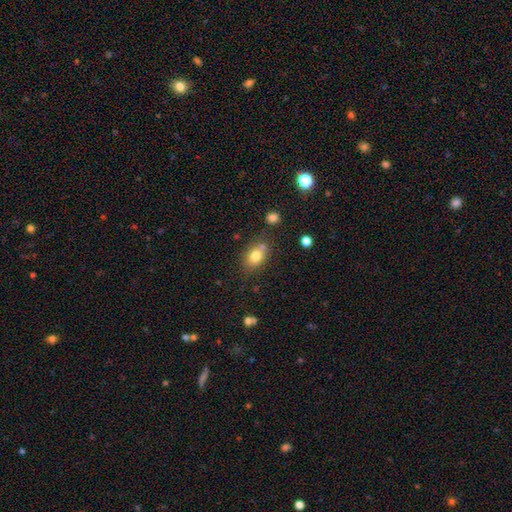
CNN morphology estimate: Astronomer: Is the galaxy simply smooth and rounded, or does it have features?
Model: smooth — 78%.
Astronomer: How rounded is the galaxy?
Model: in between — 68%.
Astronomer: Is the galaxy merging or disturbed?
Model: none — 64%.